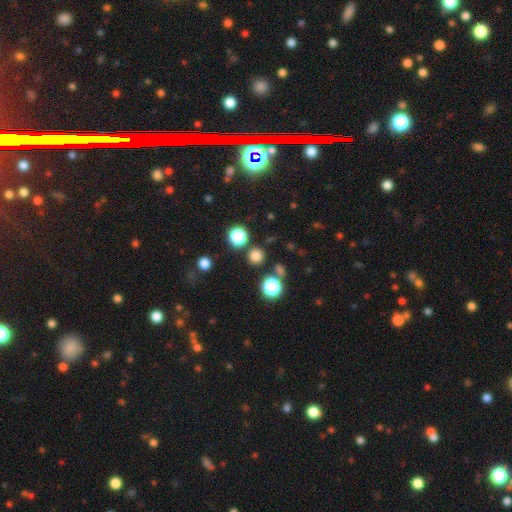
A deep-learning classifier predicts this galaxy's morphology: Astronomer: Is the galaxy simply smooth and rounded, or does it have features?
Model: smooth — 76%.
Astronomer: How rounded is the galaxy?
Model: round — 94%.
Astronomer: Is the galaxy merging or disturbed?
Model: none — 85%.